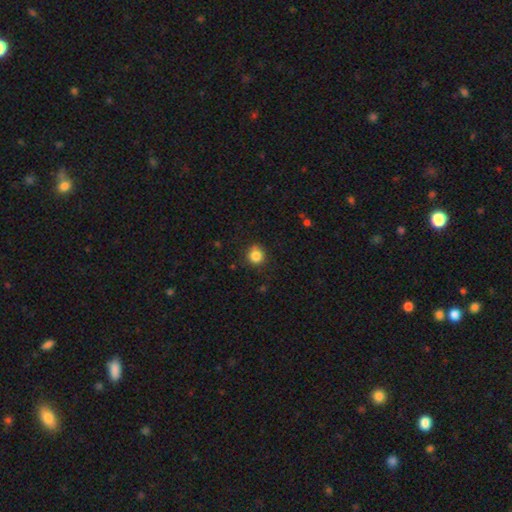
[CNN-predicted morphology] Smooth or featured: smooth — 84% (star or artifact — 12%)
How rounded: round — 90% (in between — 9%)
Merging: none — 80% (minor disturbance — 14%)